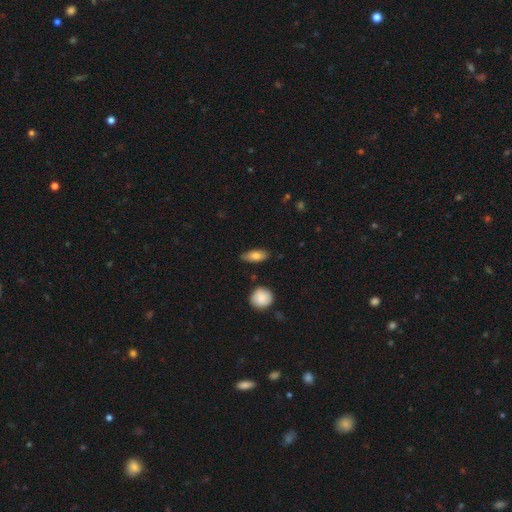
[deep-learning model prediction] Smooth or featured? smooth (79%)
How rounded? in between (79%)
Merging? none (79%)